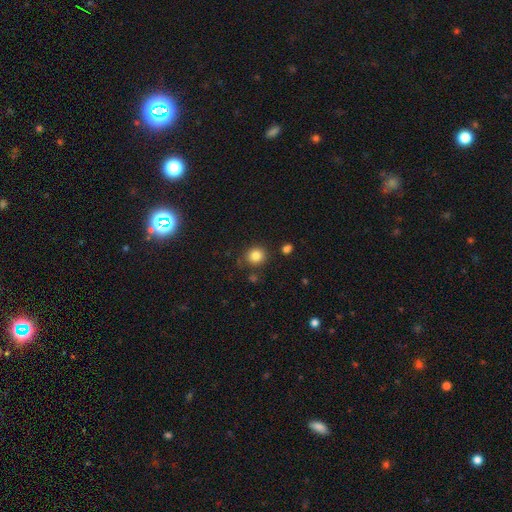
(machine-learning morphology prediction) smooth-or-featured: smooth: 84% | star or artifact: 11% | featured or disk: 5%
  how-rounded: round: 86% | in between: 14% | cigar-shaped: 1%
  merging: none: 83% | minor disturbance: 10% | merger: 4% | major disturbance: 3%